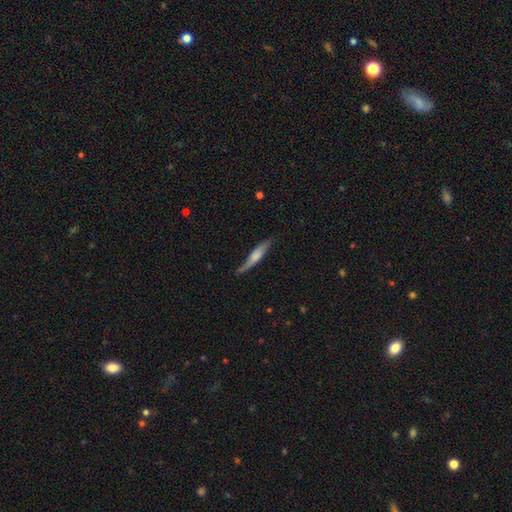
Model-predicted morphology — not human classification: Q: Smooth or featured?
A: smooth (49%); runner-up: featured or disk (46%)
Q: Merging?
A: none (67%); runner-up: minor disturbance (25%)